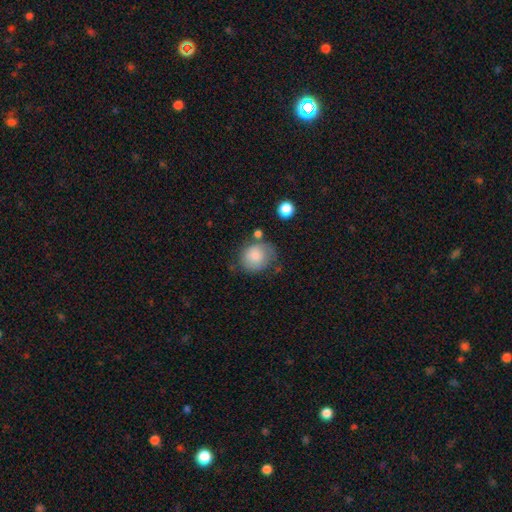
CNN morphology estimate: Q: Smooth or featured?
A: smooth (81%); runner-up: featured or disk (12%)
Q: How rounded?
A: round (71%); runner-up: in between (28%)
Q: Merging?
A: none (55%); runner-up: minor disturbance (27%)